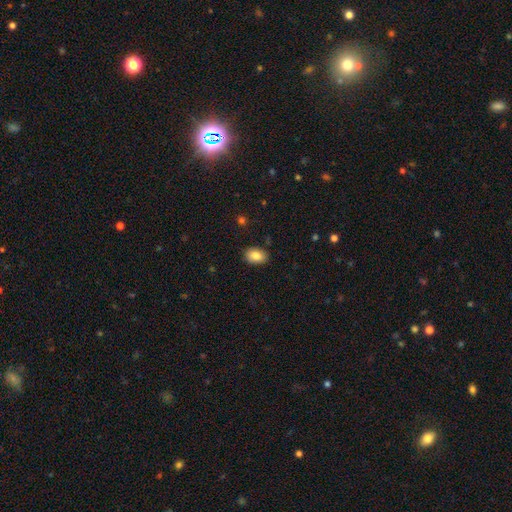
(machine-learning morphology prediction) smooth-or-featured: smooth: 85% | star or artifact: 8% | featured or disk: 7%
  how-rounded: in between: 86% | round: 13% | cigar-shaped: 1%
  merging: none: 87% | minor disturbance: 10% | major disturbance: 2% | merger: 1%